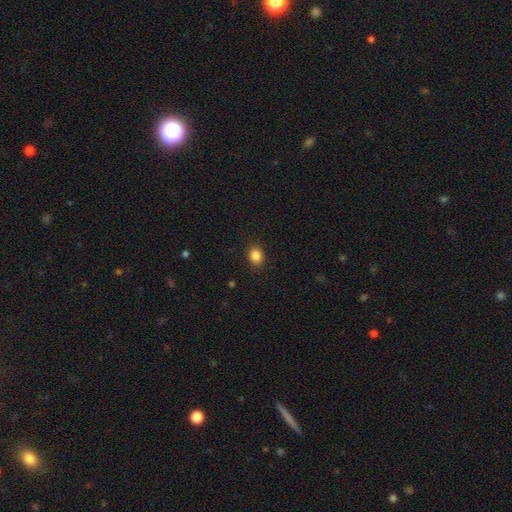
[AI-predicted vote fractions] This appears to be a smooth galaxy with no disk features (86%) that is round (64%). Merging: none (90%).